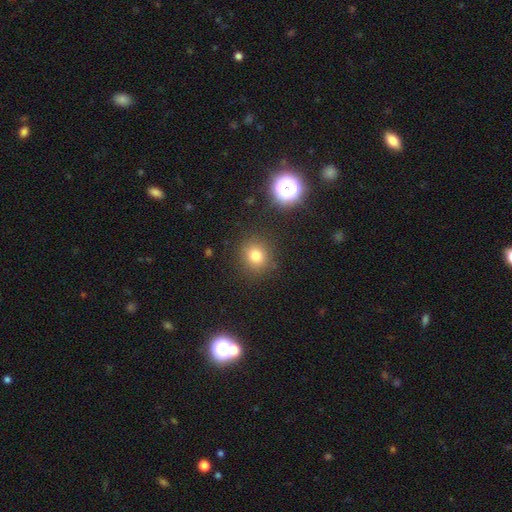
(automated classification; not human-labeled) This is likely a smooth galaxy (77%). How rounded: clearly round (84%). Merging: clearly none (87%).